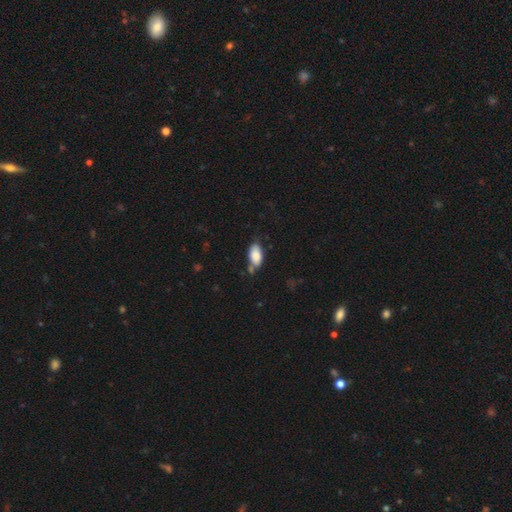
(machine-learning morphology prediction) The model was most divided on "merging": none: 64%, minor disturbance: 23%, merger: 8%, major disturbance: 5%. More confident: how rounded — in between (93%); smooth or featured — smooth (85%).